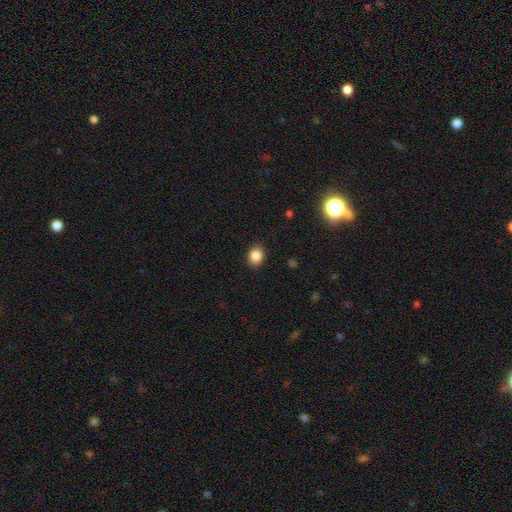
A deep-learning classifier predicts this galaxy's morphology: Overall: smooth (86%). How rounded: in between (51%; round 48%). Merging: none (88%).